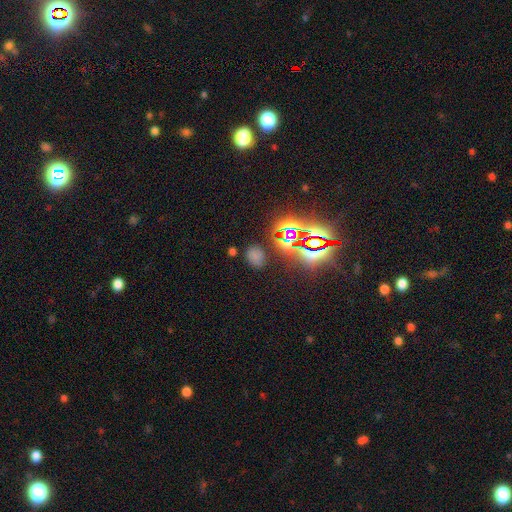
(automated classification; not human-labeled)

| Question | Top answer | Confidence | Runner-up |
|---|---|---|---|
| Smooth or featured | smooth | 58% | star or artifact (34%) |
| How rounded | in between | 54% | round (44%) |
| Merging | none | 78% | minor disturbance (14%) |